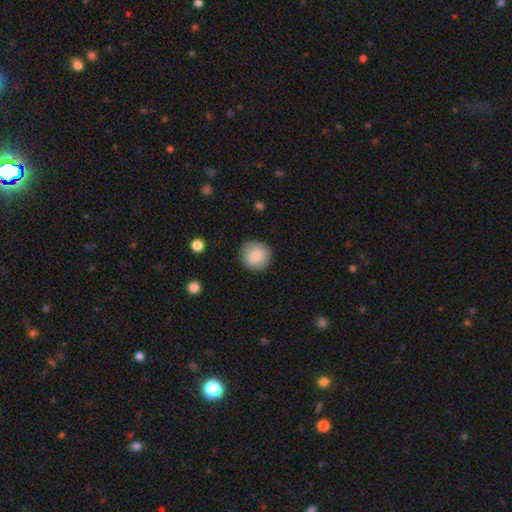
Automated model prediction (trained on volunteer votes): The model was most divided on "smooth or featured": smooth: 86%, star or artifact: 7%, featured or disk: 7%. More confident: how rounded — round (92%); merging — none (88%).